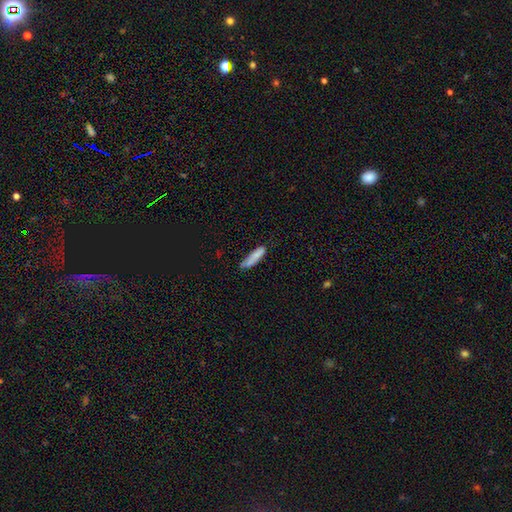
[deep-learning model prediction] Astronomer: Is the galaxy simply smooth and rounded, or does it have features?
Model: smooth — 81%.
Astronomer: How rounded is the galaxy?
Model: cigar-shaped — 68%.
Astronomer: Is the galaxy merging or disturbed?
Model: none — 62%.